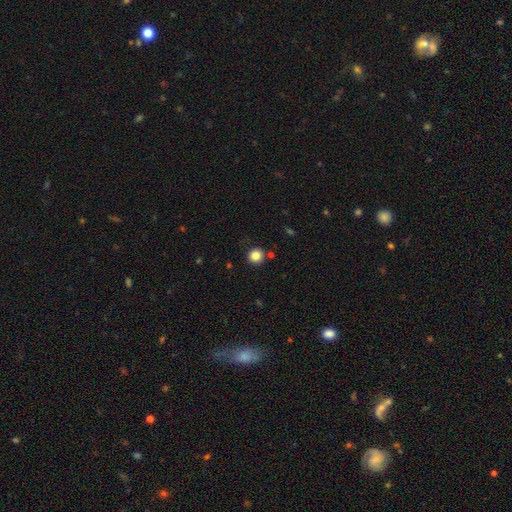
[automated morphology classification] smooth 84%, star or artifact 11%, featured or disk 5%. Down the decision tree: how rounded — round (92%); merging — none (86%).